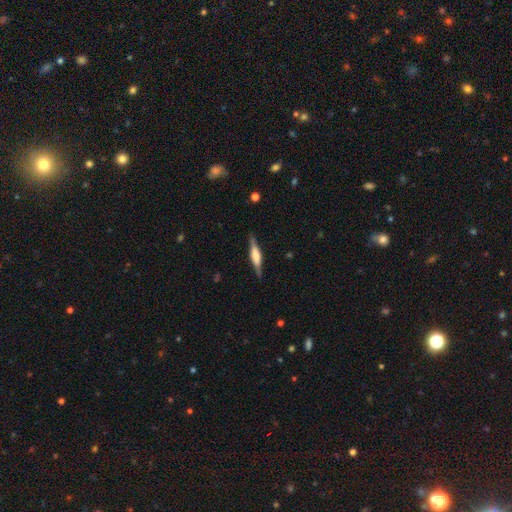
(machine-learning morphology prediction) smooth_or_featured: featured or disk (p=0.60) [alt: smooth p=0.34]
disk_edge_on: yes (p=0.96) [alt: no p=0.04]
edge_on_bulge: rounded (p=0.48) [alt: boxy p=0.44]
merging: none (p=0.87) [alt: minor disturbance p=0.10]